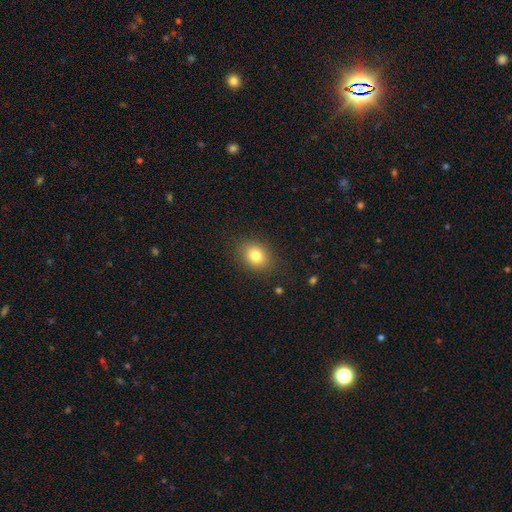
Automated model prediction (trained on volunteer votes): smooth 81%, star or artifact 11%, featured or disk 9%. Down the decision tree: how rounded — in between (57%); merging — none (86%).